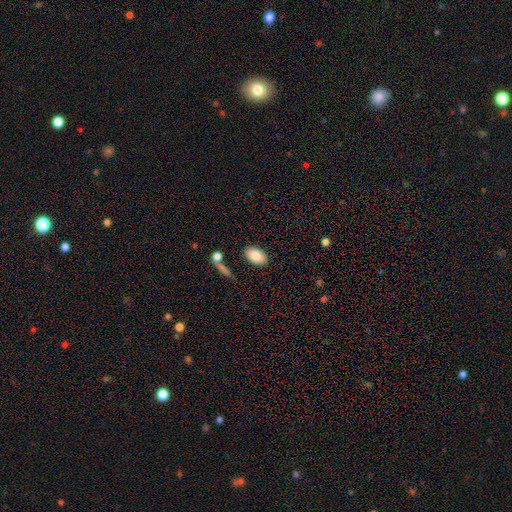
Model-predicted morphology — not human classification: Overall: smooth (84%). How rounded: in between (91%). Merging: none (82%).